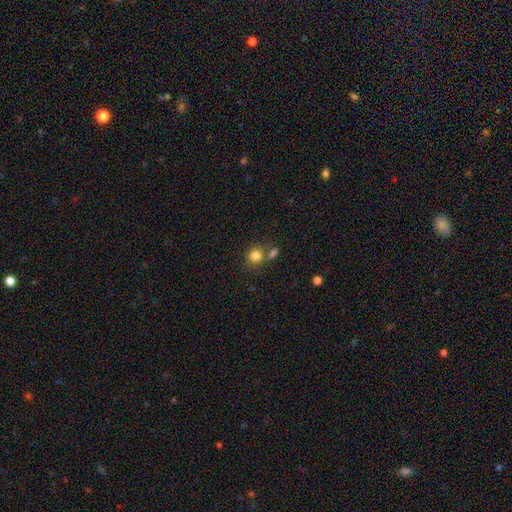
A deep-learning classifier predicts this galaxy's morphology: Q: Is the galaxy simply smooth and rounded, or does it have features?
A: smooth — 82%.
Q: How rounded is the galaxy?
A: round — 81%.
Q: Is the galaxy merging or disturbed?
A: none — 62%.